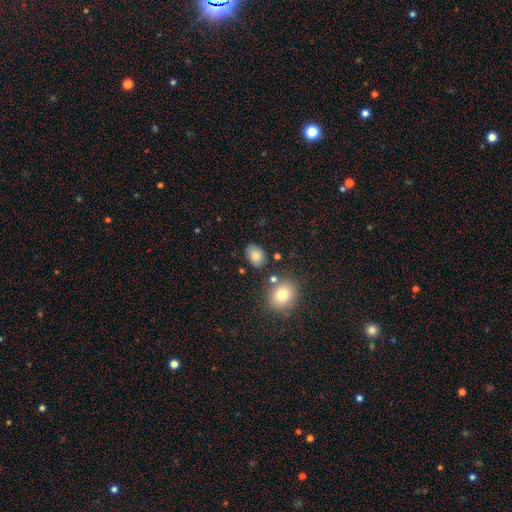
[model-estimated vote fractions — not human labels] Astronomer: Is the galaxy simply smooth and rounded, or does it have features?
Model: smooth — 82%.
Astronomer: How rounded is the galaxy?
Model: in between — 75%.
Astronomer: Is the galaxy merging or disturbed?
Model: none — 79%.